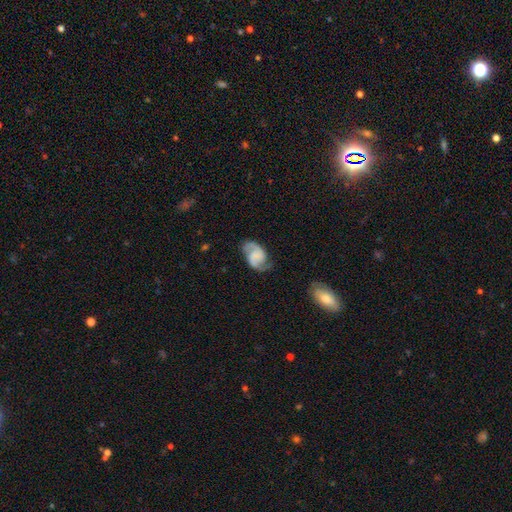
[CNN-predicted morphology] type=featured or disk (82%); edge-on=no (98%); bar=no (53%); spiral arms=yes (96%); winding=medium (49%); arm count=2 (92%); bulge=none (60%); merging=none (75%).